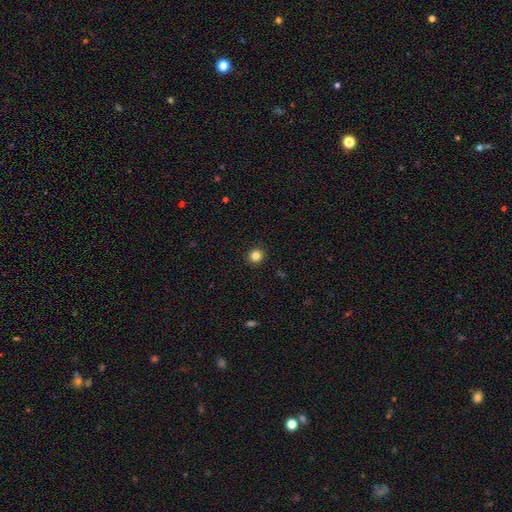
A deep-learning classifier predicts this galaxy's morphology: A smooth galaxy with no disk features (84%) that is round (88%).

Vote fractions:
- Smooth or featured? smooth: 84% / star or artifact: 12% / featured or disk: 4%
- How rounded? round: 88% / in between: 11% / cigar-shaped: 1%
- Merging? none: 92% / minor disturbance: 5% / major disturbance: 2% / merger: 1%